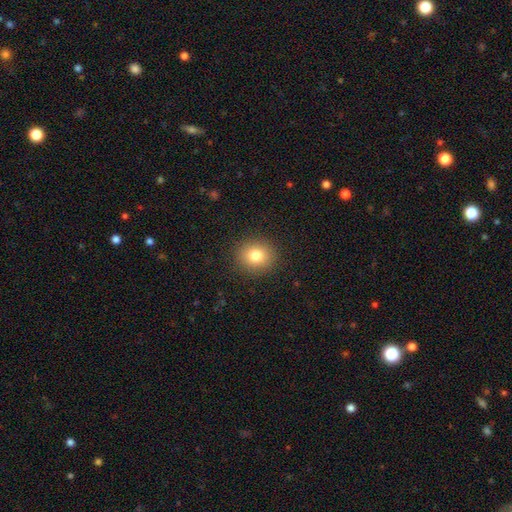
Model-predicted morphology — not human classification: This is clearly a smooth galaxy (80%). How rounded: clearly round (81%). Merging: clearly none (90%).